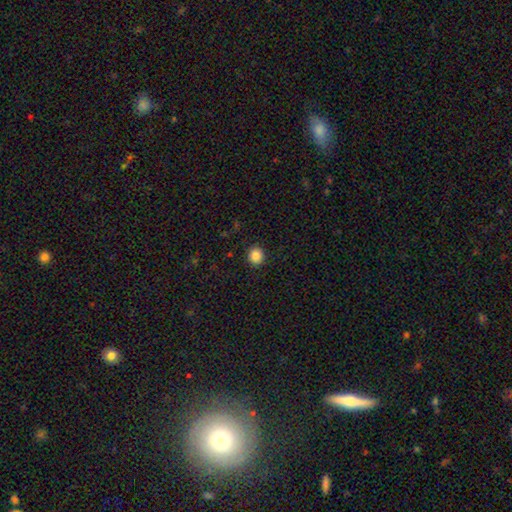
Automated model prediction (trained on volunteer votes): This appears to be a smooth galaxy with no disk features (86%) that is round (82%). Merging: none (92%).